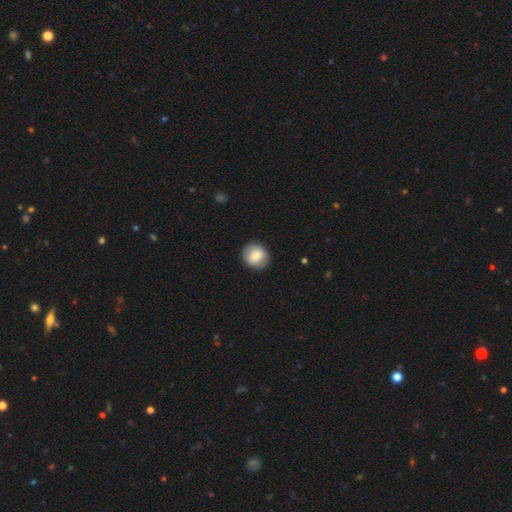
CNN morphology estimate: Q: Smooth or featured?
A: smooth (76%); runner-up: featured or disk (17%)
Q: How rounded?
A: round (80%); runner-up: in between (19%)
Q: Merging?
A: none (86%); runner-up: minor disturbance (10%)